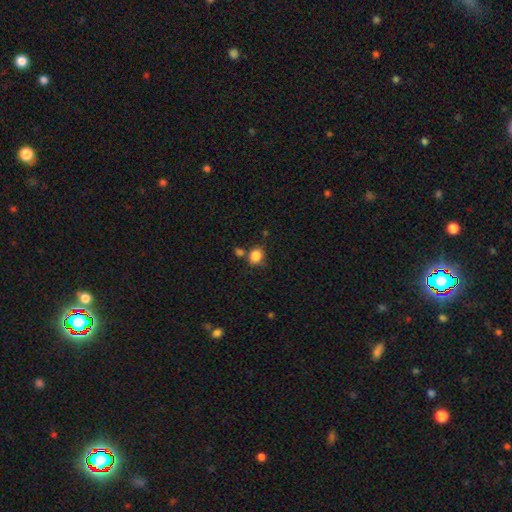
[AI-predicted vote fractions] Smooth or featured? Predicted: smooth (p=0.85). How rounded? Predicted: round (p=0.55). Merging? Predicted: none (p=0.64).